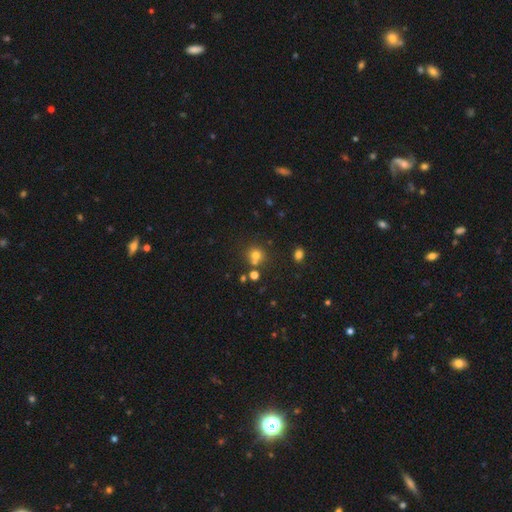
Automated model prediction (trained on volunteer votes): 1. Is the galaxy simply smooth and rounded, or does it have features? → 71% smooth, 19% star or artifact, 10% featured or disk.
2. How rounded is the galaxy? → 88% round, 11% in between, 1% cigar-shaped.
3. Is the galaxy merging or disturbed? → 65% none, 23% merger, 9% minor disturbance, 3% major disturbance.